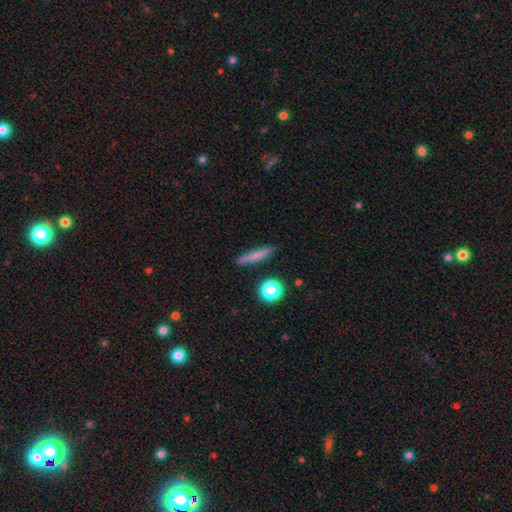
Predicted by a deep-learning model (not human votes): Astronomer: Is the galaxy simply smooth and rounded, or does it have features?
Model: smooth — 73%.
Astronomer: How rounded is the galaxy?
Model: cigar-shaped — 87%.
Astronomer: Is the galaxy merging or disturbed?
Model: none — 85%.